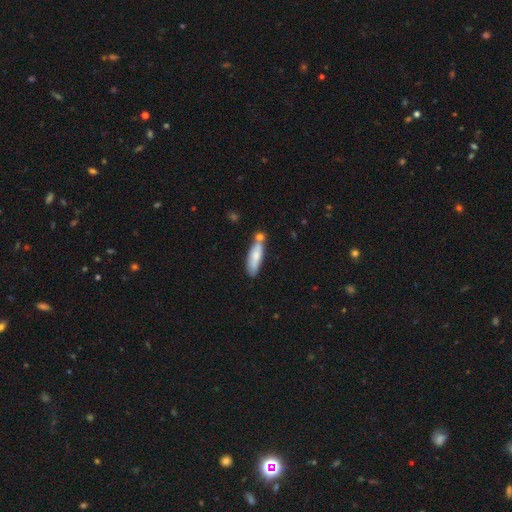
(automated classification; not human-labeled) A smooth galaxy with no disk features (74%) that is cigar-shaped (61%).

Vote fractions:
- Smooth or featured? smooth: 74% / featured or disk: 20% / star or artifact: 6%
- How rounded? cigar-shaped: 61% / in between: 37% / round: 2%
- Merging? none: 54% / merger: 25% / minor disturbance: 17% / major disturbance: 4%